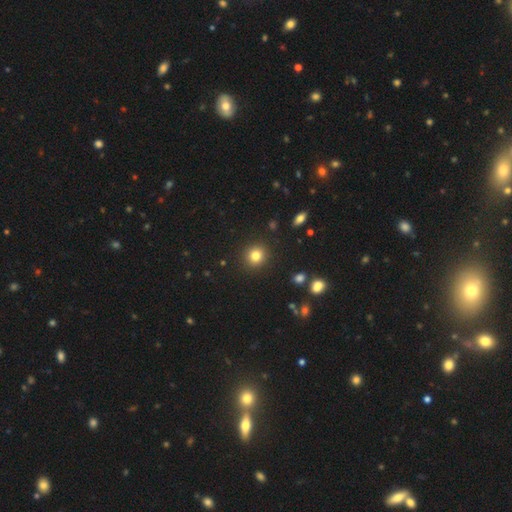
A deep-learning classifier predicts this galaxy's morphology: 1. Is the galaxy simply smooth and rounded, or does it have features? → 82% smooth, 12% star or artifact, 6% featured or disk.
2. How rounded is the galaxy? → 90% round, 9% in between, 1% cigar-shaped.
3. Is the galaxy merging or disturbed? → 91% none, 6% minor disturbance, 2% major disturbance, 1% merger.